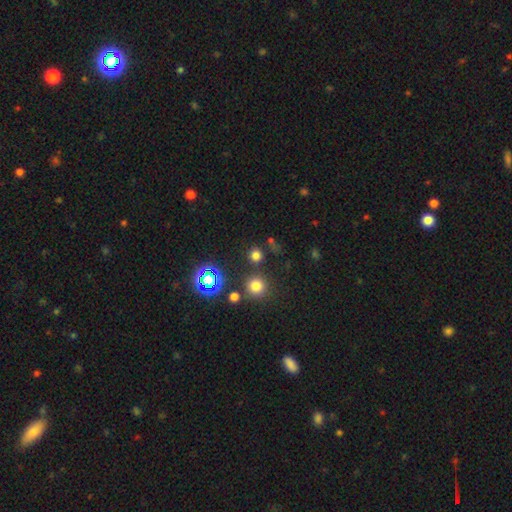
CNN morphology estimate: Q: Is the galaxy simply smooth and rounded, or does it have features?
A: smooth — 66%.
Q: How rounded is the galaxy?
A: round — 90%.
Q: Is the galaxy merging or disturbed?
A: none — 80%.